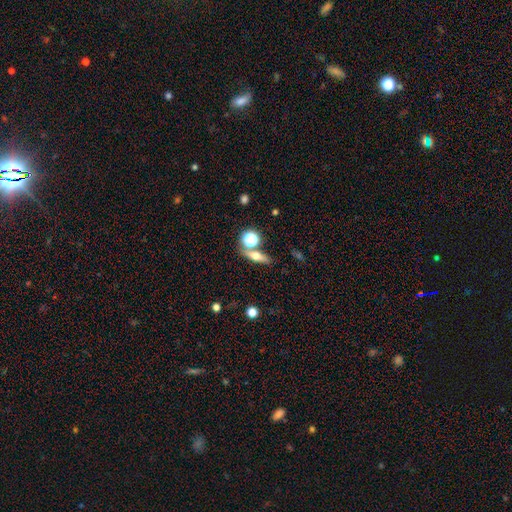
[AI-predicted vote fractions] Morphology: type=smooth (47%); merging=none (70%).